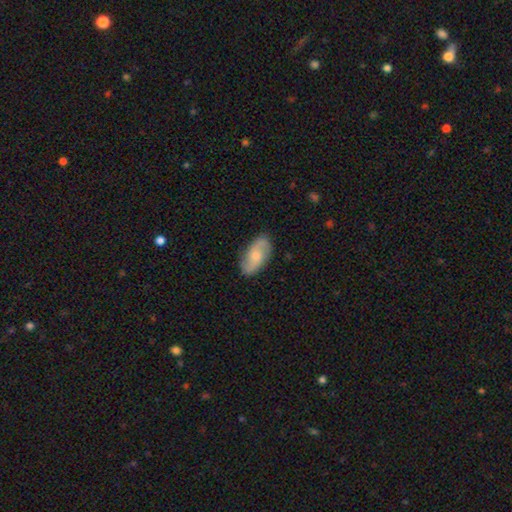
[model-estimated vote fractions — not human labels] Morphology: type=featured or disk (60%); edge-on=no (95%); bar=no (62%); spiral arms=yes (92%); winding=medium (42%); arm count=2 (89%); bulge=moderate (45%); merging=none (83%).